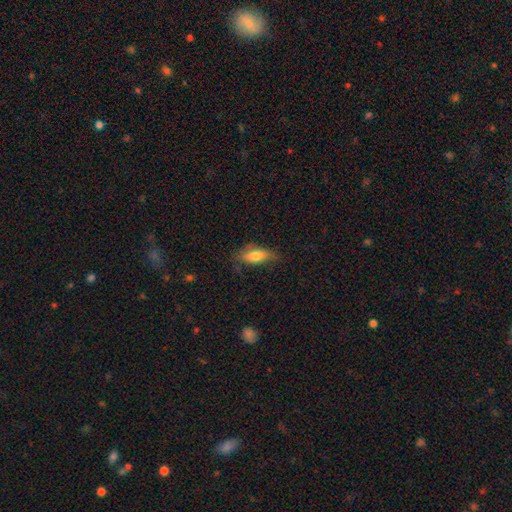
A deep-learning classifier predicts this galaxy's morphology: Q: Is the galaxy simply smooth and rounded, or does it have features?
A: smooth — 69%.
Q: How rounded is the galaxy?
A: in between — 74%.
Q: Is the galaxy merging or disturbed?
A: none — 64%.